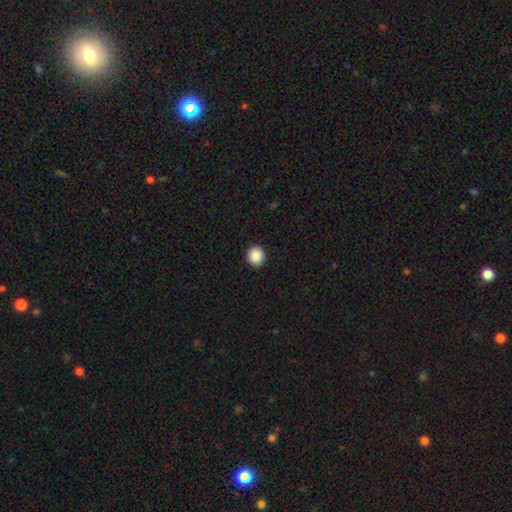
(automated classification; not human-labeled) Q: Smooth or featured?
A: smooth (88%); runner-up: star or artifact (9%)
Q: How rounded?
A: round (89%); runner-up: in between (10%)
Q: Merging?
A: none (92%); runner-up: minor disturbance (5%)